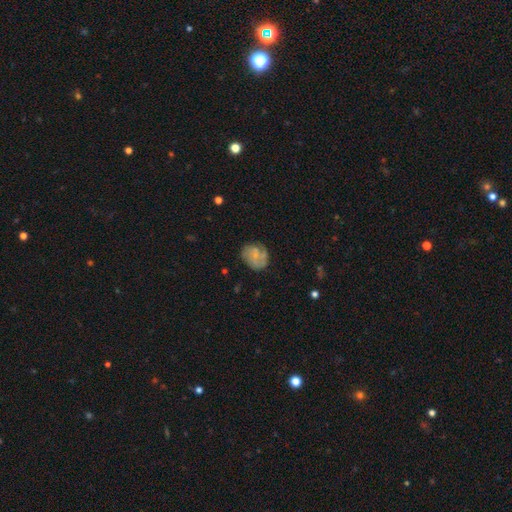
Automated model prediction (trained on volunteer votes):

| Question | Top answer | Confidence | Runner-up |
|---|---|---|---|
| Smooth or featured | featured or disk | 47% | smooth (44%) |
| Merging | none | 58% | minor disturbance (24%) |